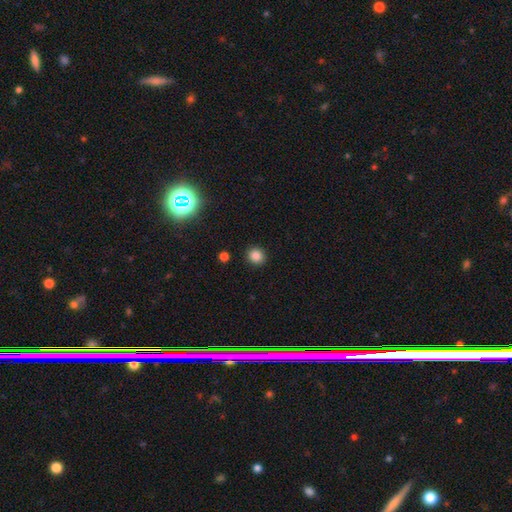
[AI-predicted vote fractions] smooth 84%, star or artifact 12%, featured or disk 4%. Down the decision tree: how rounded — round (87%); merging — none (92%).